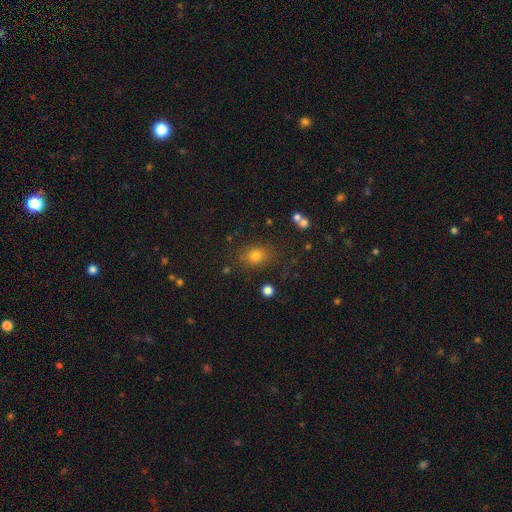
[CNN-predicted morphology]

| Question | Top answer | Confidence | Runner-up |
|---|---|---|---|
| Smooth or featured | smooth | 77% | star or artifact (14%) |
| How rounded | in between | 54% | round (45%) |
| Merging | none | 79% | minor disturbance (13%) |